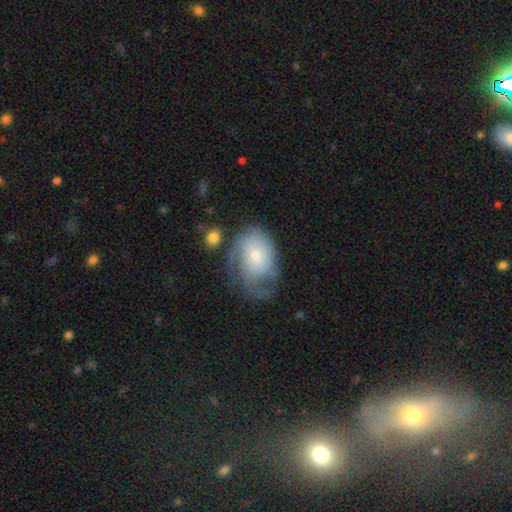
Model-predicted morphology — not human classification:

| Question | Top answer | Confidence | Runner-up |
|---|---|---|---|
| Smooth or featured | smooth | 48% | featured or disk (44%) |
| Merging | major disturbance | 33% | none (31%) |